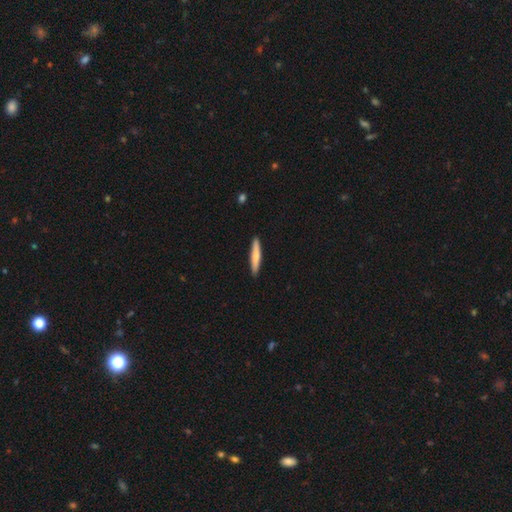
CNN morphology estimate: This is likely a smooth galaxy (67%). How rounded: clearly cigar-shaped (93%). Merging: clearly none (91%).